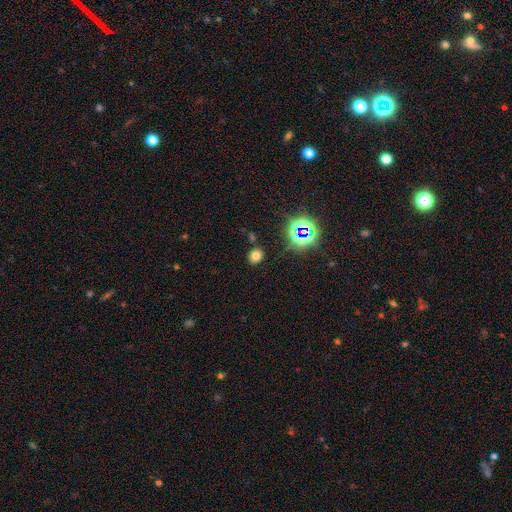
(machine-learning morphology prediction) smooth-or-featured: smooth: 69% | star or artifact: 24% | featured or disk: 8%
  how-rounded: round: 66% | in between: 33% | cigar-shaped: 1%
  merging: none: 83% | minor disturbance: 9% | merger: 4% | major disturbance: 3%